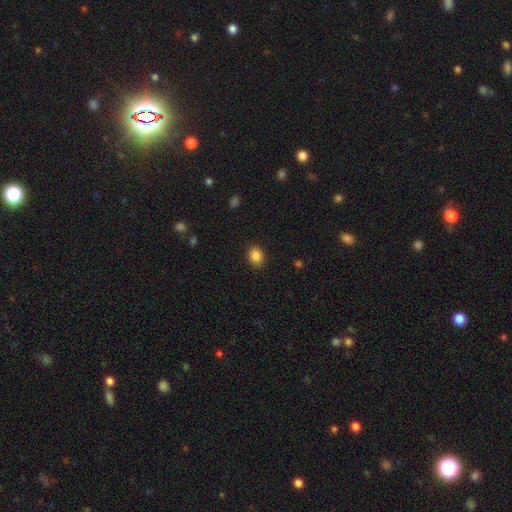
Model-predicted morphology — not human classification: The model was most divided on "how rounded": round: 50%, in between: 49%, cigar-shaped: 1%. More confident: merging — none (89%); smooth or featured — smooth (87%).